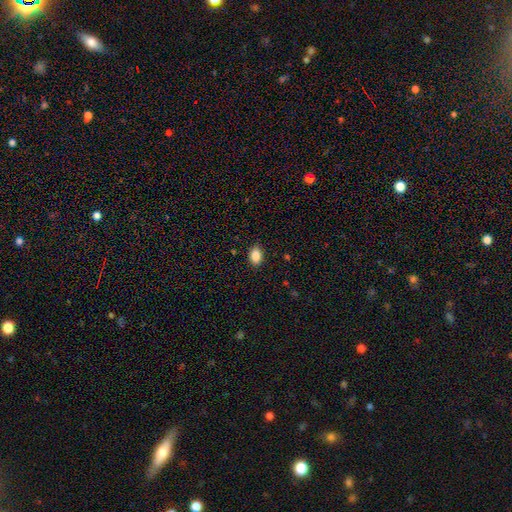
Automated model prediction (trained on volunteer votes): Smooth or featured? Predicted: smooth (p=0.87). How rounded? Predicted: in between (p=0.81). Merging? Predicted: none (p=0.88).